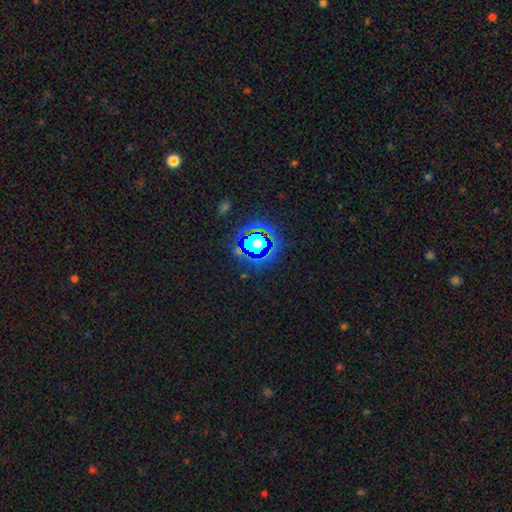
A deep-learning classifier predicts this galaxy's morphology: Smooth or featured?
  - star or artifact: 79% *
  - smooth: 14%
  - featured or disk: 7%